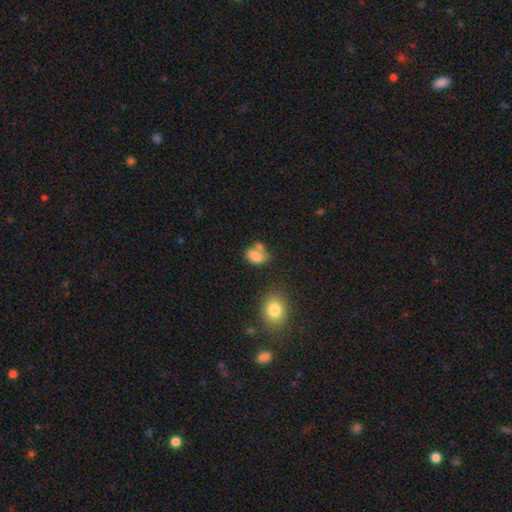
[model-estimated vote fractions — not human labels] Overall: smooth (80%). How rounded: in between (84%). Merging: none (47%; merger 28%).